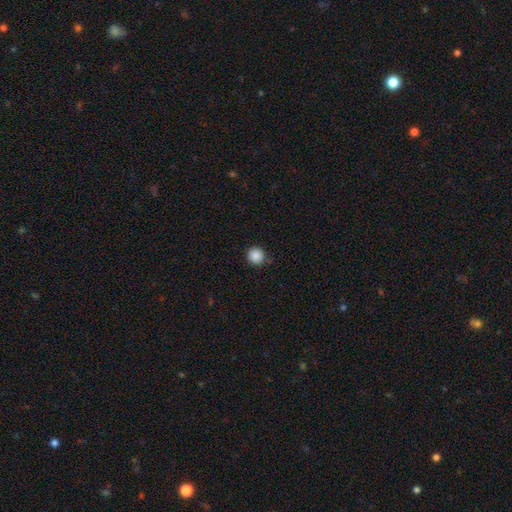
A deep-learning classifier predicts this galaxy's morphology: Smooth or featured? smooth (87%)
How rounded? round (95%)
Merging? none (87%)